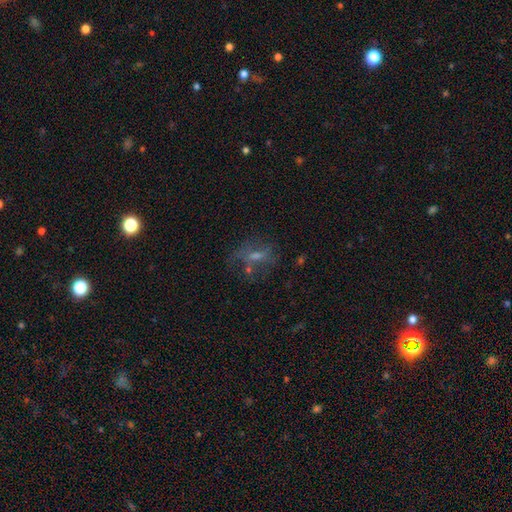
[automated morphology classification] The model was most divided on "smooth or featured": featured or disk: 41%, smooth: 35%, star or artifact: 24%. More confident: merging — none (54%).